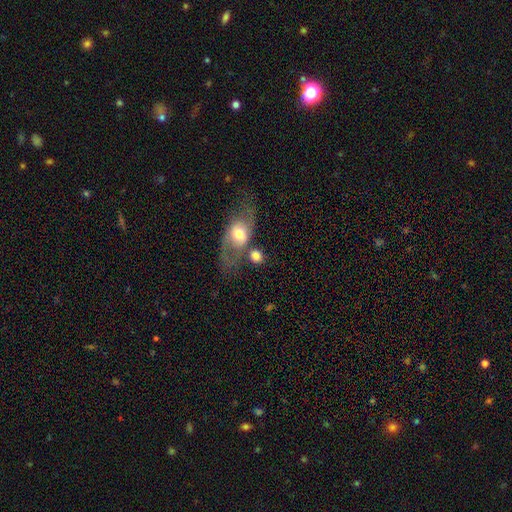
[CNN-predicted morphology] A smooth galaxy with no disk features (65%) that is round (63%). Merging: none (50%).